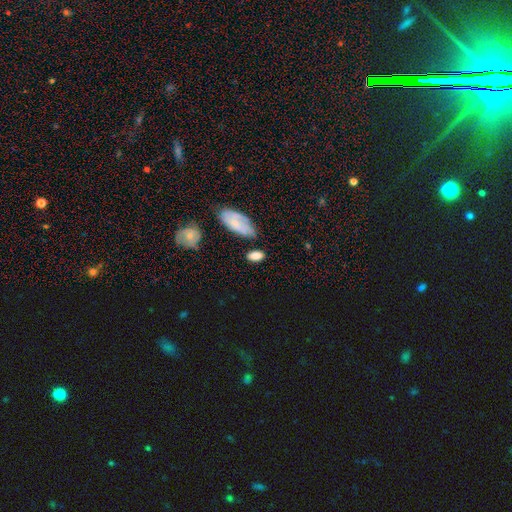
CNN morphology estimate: This appears to be a smooth galaxy with no disk features (80%) that is in between round and cigar-shaped (87%). Merging: none (70%).